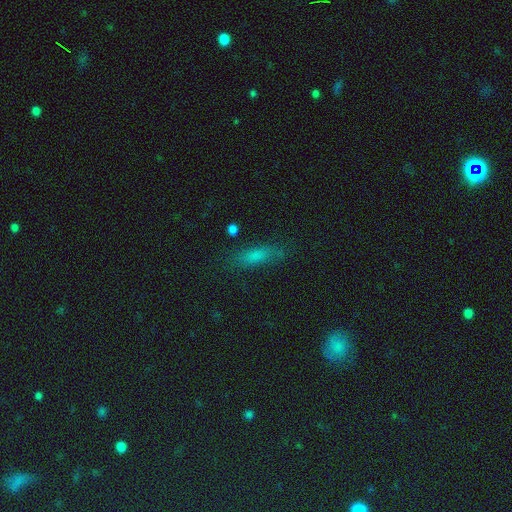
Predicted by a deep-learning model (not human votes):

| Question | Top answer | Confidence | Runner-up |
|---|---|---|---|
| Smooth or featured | smooth | 67% | star or artifact (17%) |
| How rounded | cigar-shaped | 51% | in between (44%) |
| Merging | none | 77% | minor disturbance (16%) |